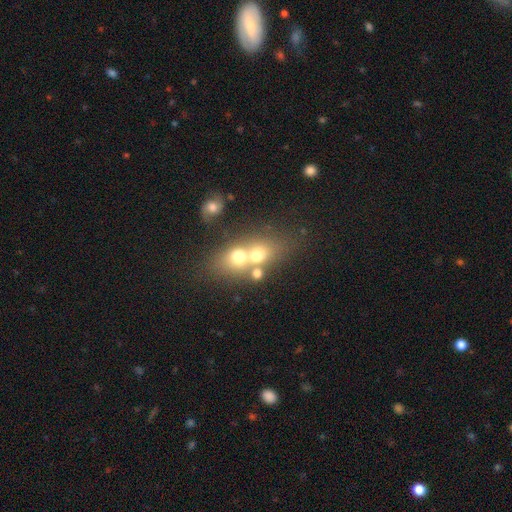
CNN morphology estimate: Smooth or featured?
  - smooth: 51% *
  - featured or disk: 30%
  - star or artifact: 18%
How rounded?
  - in between: 48% *
  - round: 46%
  - cigar-shaped: 6%
Merging?
  - merger: 60% *
  - none: 29%
  - minor disturbance: 7%
  - major disturbance: 4%